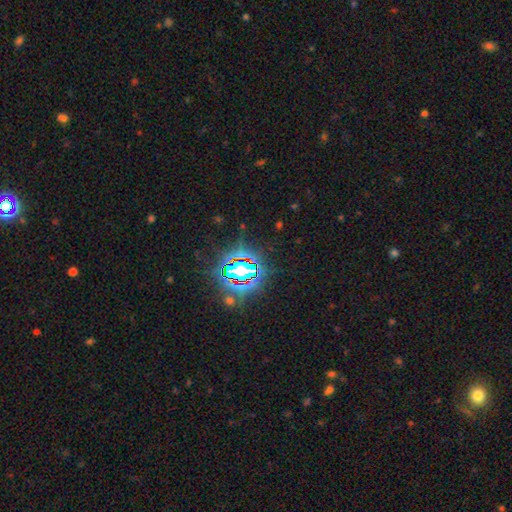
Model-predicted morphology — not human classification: Overall: star or artifact (82%).